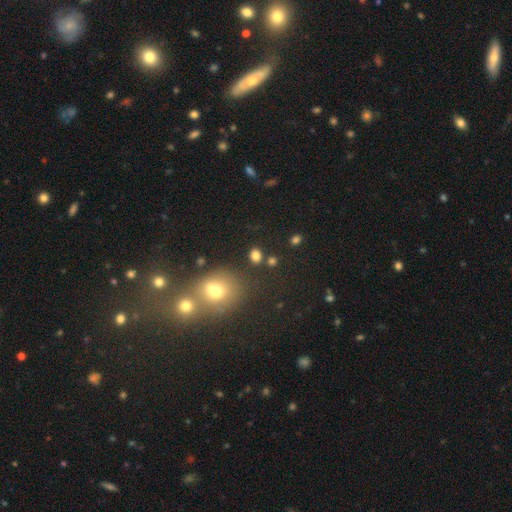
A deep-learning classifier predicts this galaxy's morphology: A smooth galaxy with no disk features (79%) that is round (51%).

Vote fractions:
- Smooth or featured? smooth: 79% / star or artifact: 15% / featured or disk: 6%
- How rounded? round: 51% / in between: 48% / cigar-shaped: 2%
- Merging? none: 77% / minor disturbance: 10% / merger: 10% / major disturbance: 4%